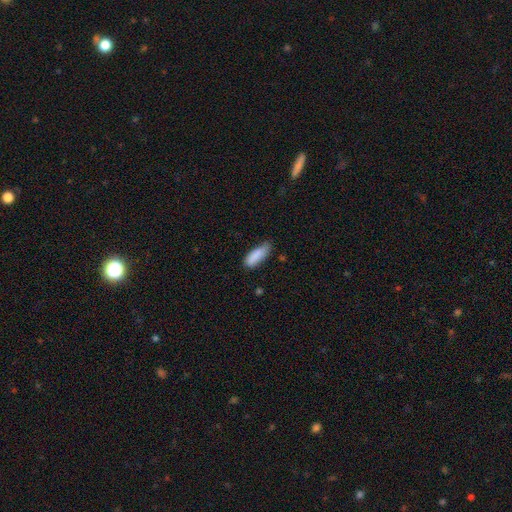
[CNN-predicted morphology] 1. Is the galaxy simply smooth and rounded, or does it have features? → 87% smooth, 7% featured or disk, 7% star or artifact.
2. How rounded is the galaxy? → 66% in between, 32% cigar-shaped, 2% round.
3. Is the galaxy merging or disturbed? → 60% none, 32% minor disturbance, 5% major disturbance, 2% merger.